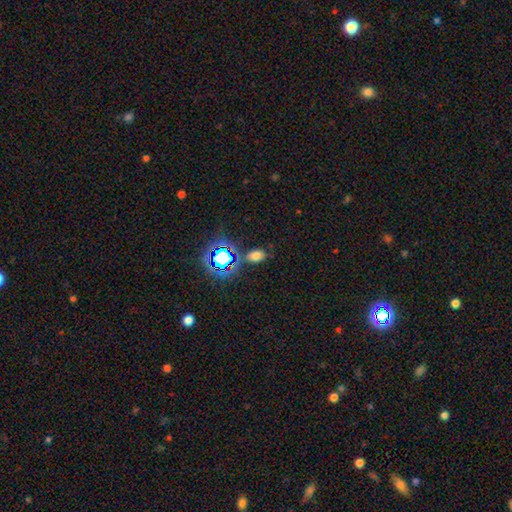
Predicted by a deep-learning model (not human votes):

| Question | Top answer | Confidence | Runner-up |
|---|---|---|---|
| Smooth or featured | smooth | 66% | star or artifact (27%) |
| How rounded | in between | 85% | round (14%) |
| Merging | none | 78% | minor disturbance (12%) |